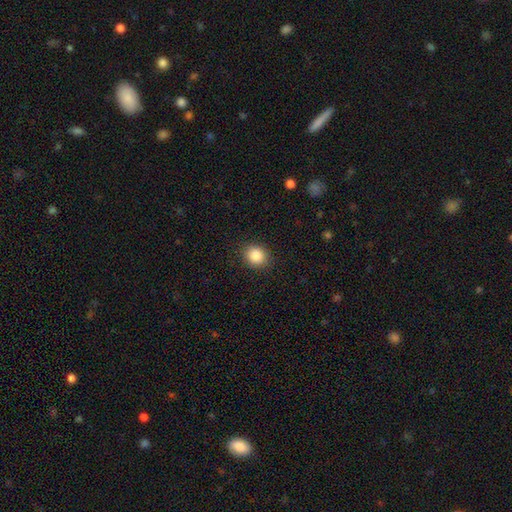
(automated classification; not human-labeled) Smooth or featured? smooth (86%)
How rounded? round (72%)
Merging? none (89%)